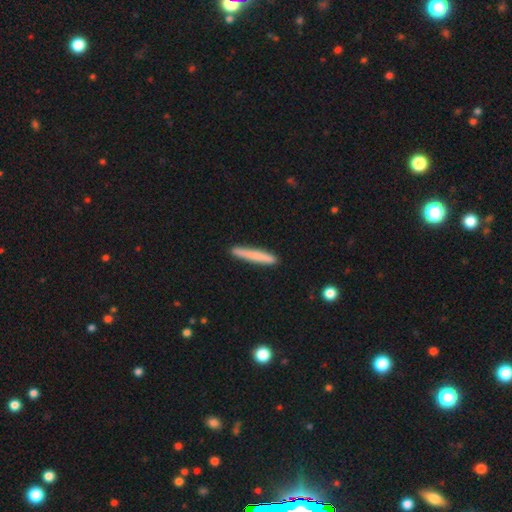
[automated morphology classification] smooth-or-featured: smooth: 76% | featured or disk: 18% | star or artifact: 6%
  how-rounded: cigar-shaped: 96% | in between: 3% | round: 1%
  merging: none: 89% | minor disturbance: 8% | merger: 1% | major disturbance: 1%